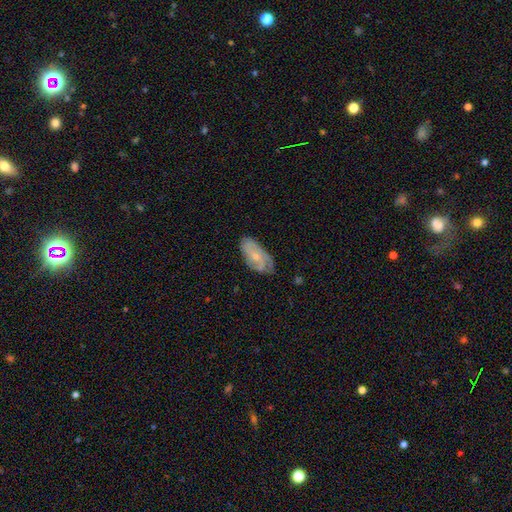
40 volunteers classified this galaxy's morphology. Smooth or featured? featured or disk (62%)
Edge-on disk? no (100%)
Bar? no (64%)
Spiral arms? yes (80%)
Spiral winding? loose (40%)
Spiral arm count? 2 (55%)
Bulge size? moderate (64%)
Merging? none (50%)